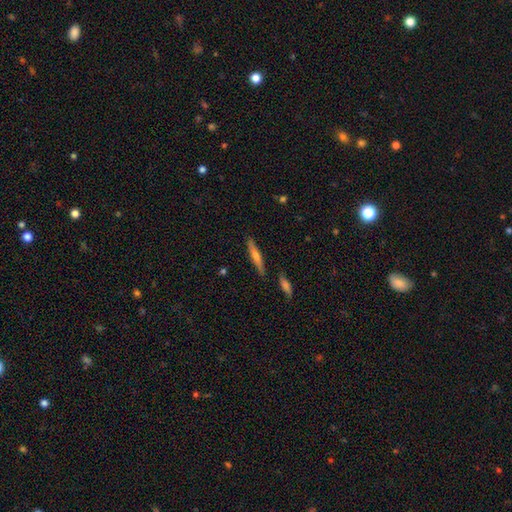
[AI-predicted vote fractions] Overall: smooth (54%; featured or disk 39%). How rounded: cigar-shaped (90%). Merging: none (82%).